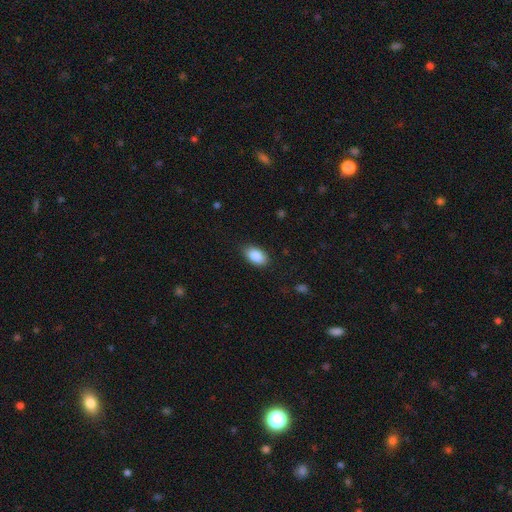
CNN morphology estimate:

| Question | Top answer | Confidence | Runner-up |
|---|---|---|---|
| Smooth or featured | smooth | 89% | star or artifact (7%) |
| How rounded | in between | 92% | round (6%) |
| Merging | none | 83% | minor disturbance (13%) |